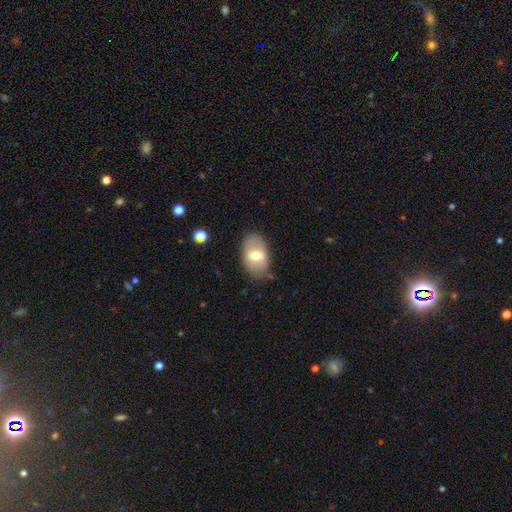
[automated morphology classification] Q: Smooth or featured?
A: smooth (61%); runner-up: featured or disk (32%)
Q: How rounded?
A: in between (89%); runner-up: round (9%)
Q: Merging?
A: none (80%); runner-up: minor disturbance (14%)